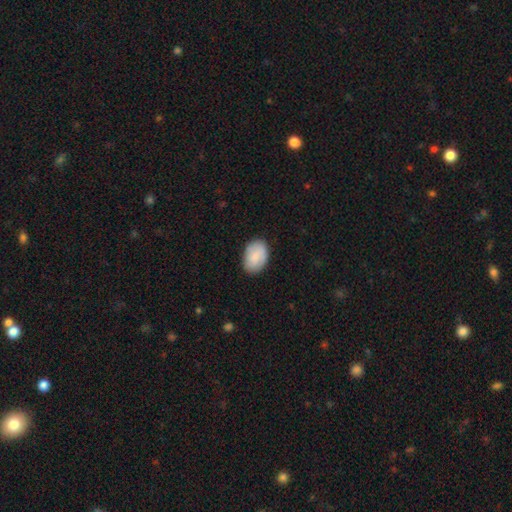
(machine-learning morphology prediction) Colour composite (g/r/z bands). It shows a smooth galaxy with no disk features (81%) that is in between round and cigar-shaped (86%). Merging: none (83%).